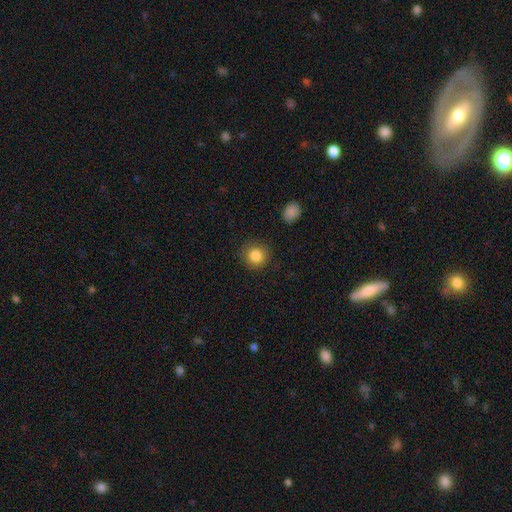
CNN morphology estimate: This is clearly a smooth galaxy (85%). How rounded: clearly round (90%). Merging: clearly none (87%).